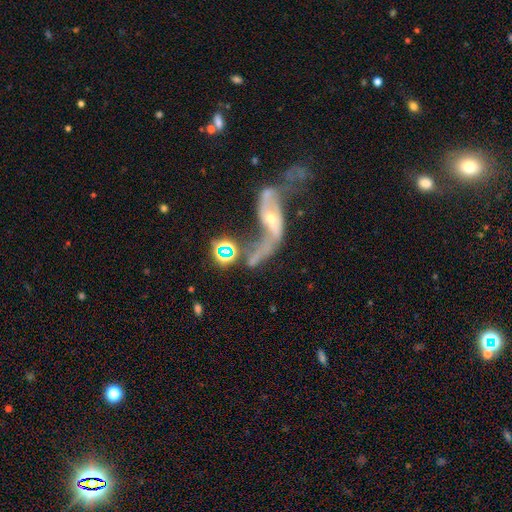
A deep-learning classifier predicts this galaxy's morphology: This appears to be a featured or disk galaxy (62%) with no bar (55%), spiral arms (66%) and a small central bulge (46%). Merging: merger (46%).